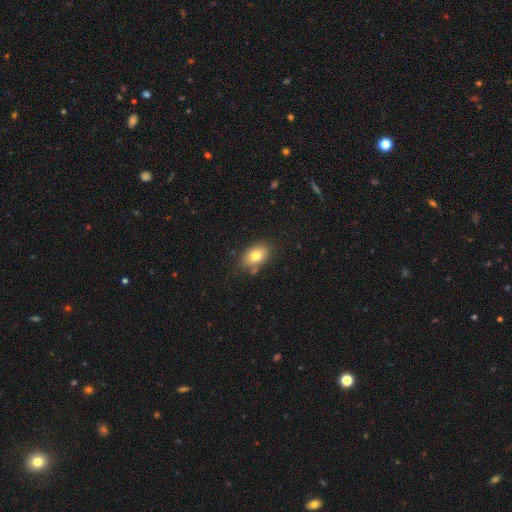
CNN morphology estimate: Smooth or featured?
  - smooth: 78% *
  - featured or disk: 13%
  - star or artifact: 9%
How rounded?
  - in between: 82% *
  - round: 17%
  - cigar-shaped: 1%
Merging?
  - none: 76% *
  - minor disturbance: 17%
  - merger: 4%
  - major disturbance: 4%